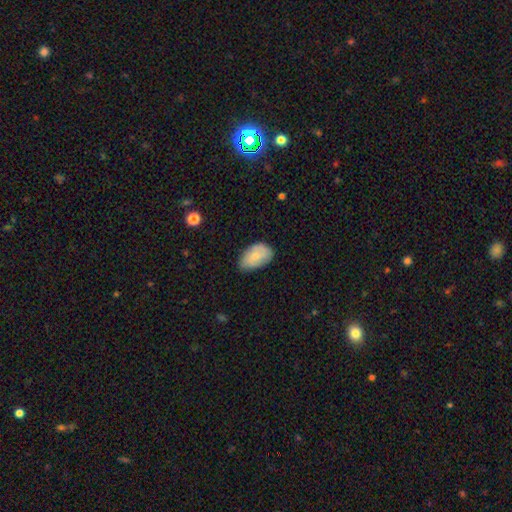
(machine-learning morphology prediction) smooth-or-featured: smooth: 77% | featured or disk: 17% | star or artifact: 7%
  how-rounded: in between: 91% | round: 8% | cigar-shaped: 1%
  merging: none: 64% | minor disturbance: 30% | major disturbance: 5% | merger: 1%